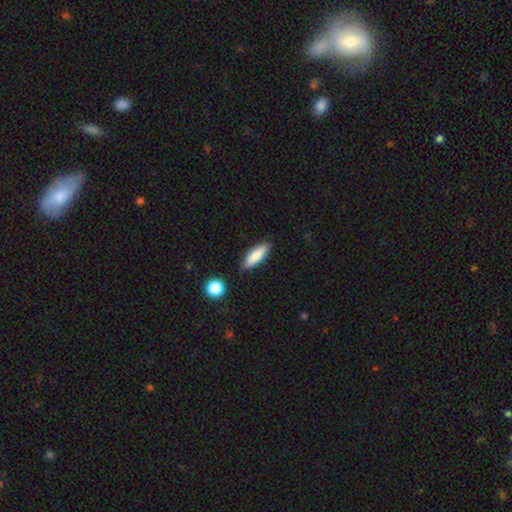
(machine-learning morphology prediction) Overall: smooth (82%). How rounded: in between (54%; cigar-shaped 43%). Merging: none (84%).